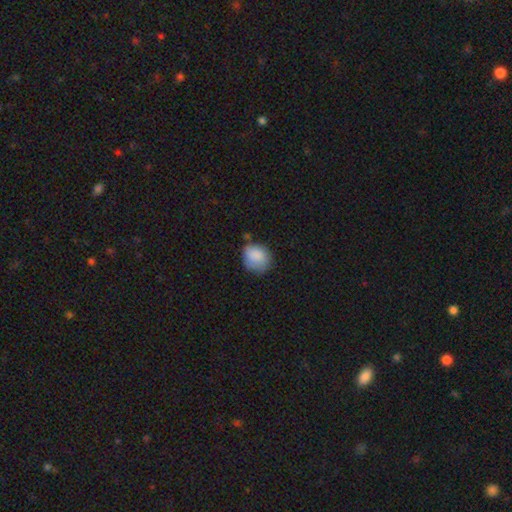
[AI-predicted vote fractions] The model was most divided on "merging": none: 59%, minor disturbance: 29%, major disturbance: 8%, merger: 4%. More confident: smooth or featured — smooth (84%); how rounded — round (67%).